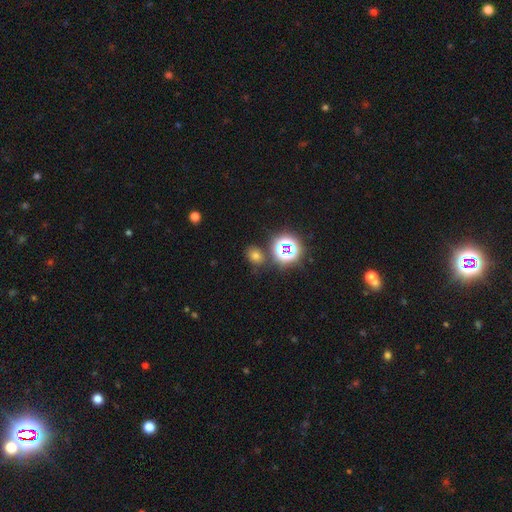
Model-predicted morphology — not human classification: smooth-or-featured: smooth: 60% | star or artifact: 31% | featured or disk: 9%
  how-rounded: in between: 51% | round: 48% | cigar-shaped: 1%
  merging: none: 76% | minor disturbance: 12% | merger: 7% | major disturbance: 4%